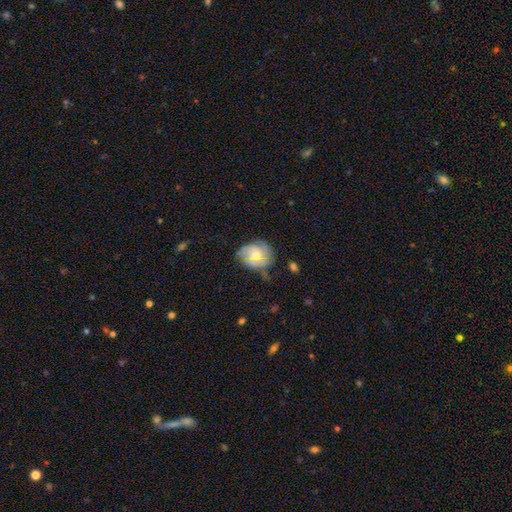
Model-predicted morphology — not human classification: Smooth or featured?
  - featured or disk: 63% *
  - smooth: 29%
  - star or artifact: 8%
Edge-on disk?
  - no: 97% *
  - yes: 3%
Bar?
  - no: 64% *
  - weak: 32%
  - strong: 5%
Spiral arms?
  - yes: 87% *
  - no: 13%
Spiral winding?
  - tight: 52% *
  - medium: 35%
  - loose: 12%
Spiral arm count?
  - can't tell: 35% *
  - 3: 26%
  - 2: 21%
  - 4: 9%
  - 1: 5%
  - more than 4: 4%
Bulge size?
  - moderate: 48% *
  - small: 44%
  - none: 4%
  - large: 3%
  - dominant: 1%
Merging?
  - none: 62% *
  - minor disturbance: 26%
  - major disturbance: 10%
  - merger: 2%